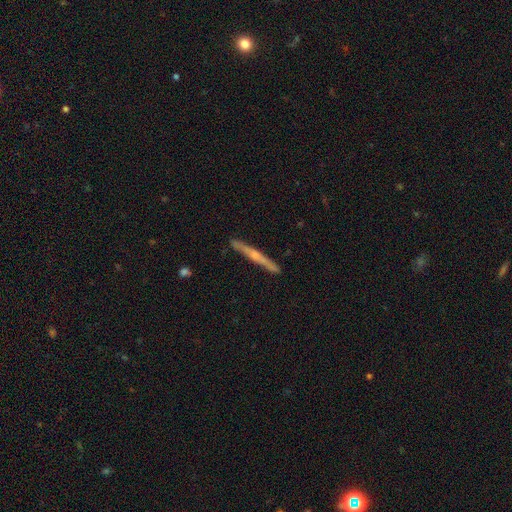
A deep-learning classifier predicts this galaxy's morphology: This is likely a featured or disk galaxy (68%). It is clearly viewed edge-on (97%). Edge-on bulge: likely rounded (65%). Merging: clearly none (89%).